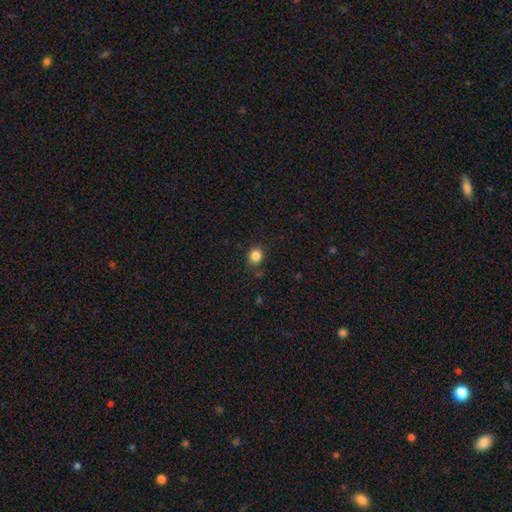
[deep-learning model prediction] A smooth galaxy with no disk features (85%) that is round (69%).

Vote fractions:
- Smooth or featured? smooth: 85% / star or artifact: 11% / featured or disk: 4%
- How rounded? round: 69% / in between: 30% / cigar-shaped: 1%
- Merging? none: 83% / minor disturbance: 11% / major disturbance: 3% / merger: 2%